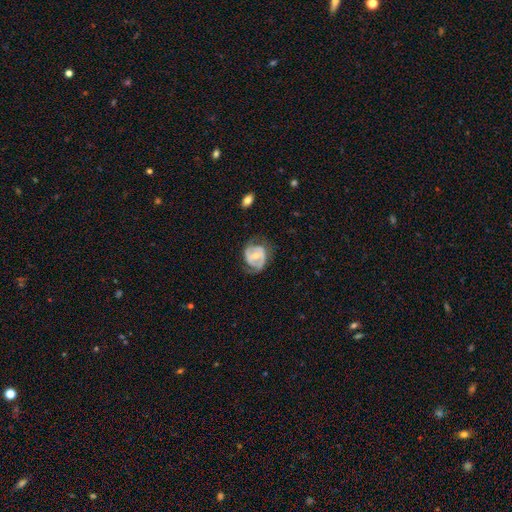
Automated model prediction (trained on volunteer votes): Q: Smooth or featured?
A: featured or disk (70%); runner-up: smooth (24%)
Q: Edge-on disk?
A: no (97%); runner-up: yes (3%)
Q: Bar?
A: no (41%); runner-up: weak (40%)
Q: Spiral arms?
A: yes (76%); runner-up: no (24%)
Q: Spiral winding?
A: medium (41%); runner-up: tight (39%)
Q: Spiral arm count?
A: 2 (70%); runner-up: can't tell (17%)
Q: Bulge size?
A: moderate (52%); runner-up: small (42%)
Q: Merging?
A: none (57%); runner-up: minor disturbance (26%)